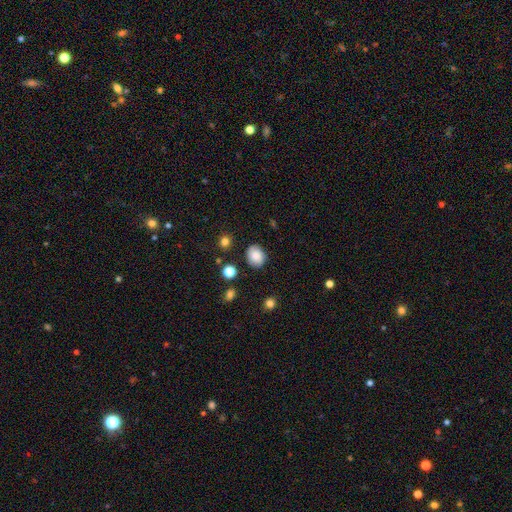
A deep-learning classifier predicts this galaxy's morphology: smooth-or-featured: smooth: 82% | star or artifact: 9% | featured or disk: 8%
  how-rounded: round: 51% | in between: 48% | cigar-shaped: 1%
  merging: none: 81% | minor disturbance: 14% | major disturbance: 3% | merger: 2%